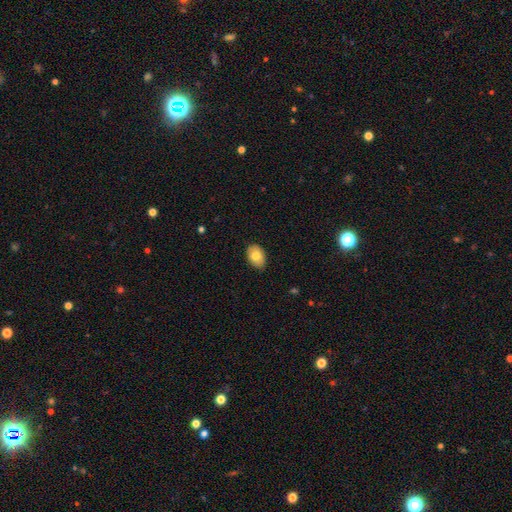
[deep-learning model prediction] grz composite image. It shows a smooth galaxy with no disk features (78%) that is in between round and cigar-shaped (84%). Merging: none (87%).